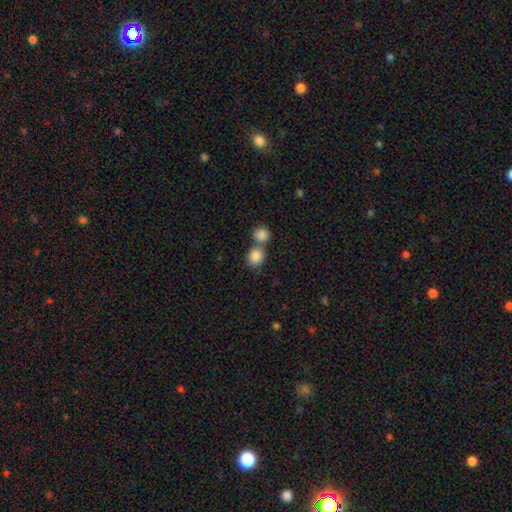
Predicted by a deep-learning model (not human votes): The model was most divided on "merging": none: 50%, merger: 41%, minor disturbance: 7%, major disturbance: 2%. More confident: smooth or featured — smooth (85%); how rounded — round (81%).